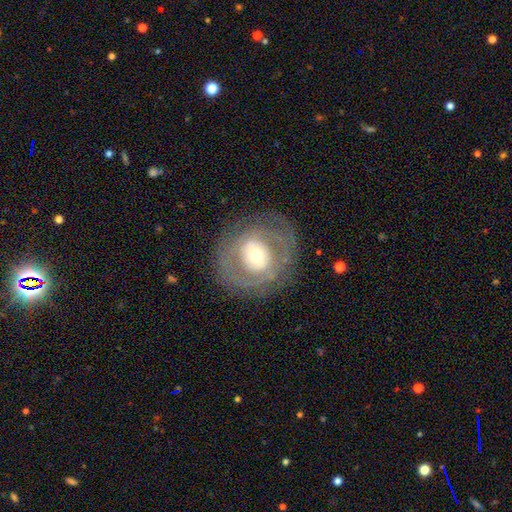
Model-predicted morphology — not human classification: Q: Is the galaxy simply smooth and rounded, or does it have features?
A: featured or disk — 64%.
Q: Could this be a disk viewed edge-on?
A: no — 95%.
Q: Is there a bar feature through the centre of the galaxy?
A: no — 50%.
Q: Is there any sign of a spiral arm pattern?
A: no — 54%.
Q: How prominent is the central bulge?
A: moderate — 60%.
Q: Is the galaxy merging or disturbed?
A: none — 78%.